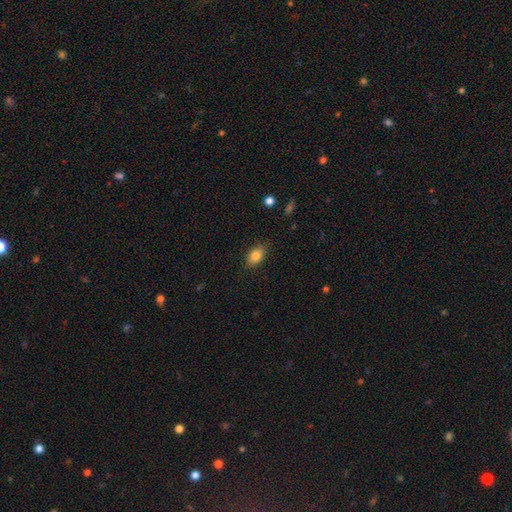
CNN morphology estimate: This is clearly a smooth galaxy (85%). How rounded: clearly in between (85%). Merging: clearly none (81%).